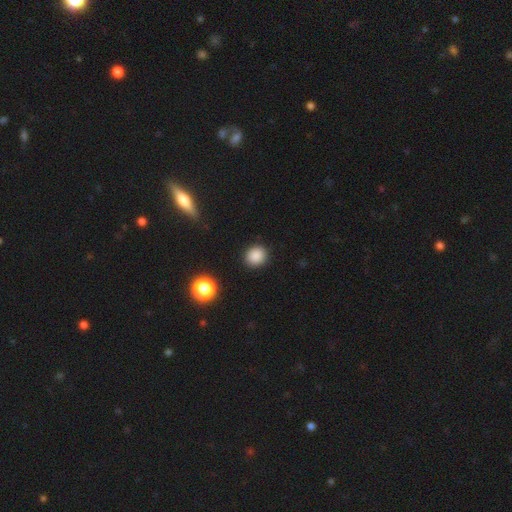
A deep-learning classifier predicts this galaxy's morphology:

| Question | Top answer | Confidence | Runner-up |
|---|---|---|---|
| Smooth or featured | smooth | 86% | star or artifact (11%) |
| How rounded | round | 81% | in between (18%) |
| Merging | none | 90% | minor disturbance (7%) |